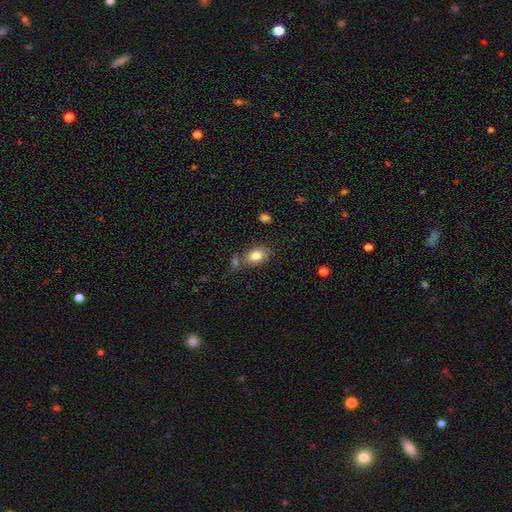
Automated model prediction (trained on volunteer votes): This is clearly a smooth galaxy (82%). How rounded: clearly in between (84%). Merging: likely none (67%).